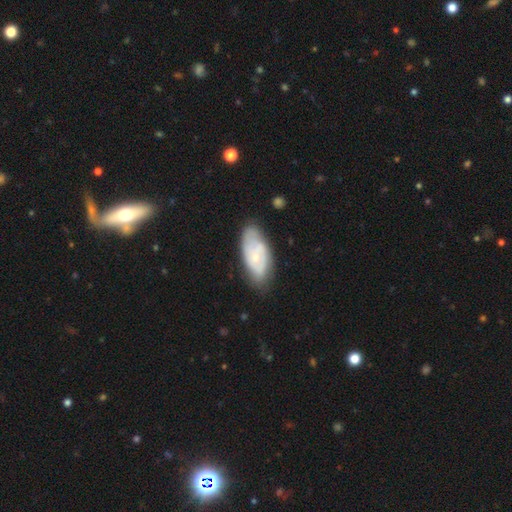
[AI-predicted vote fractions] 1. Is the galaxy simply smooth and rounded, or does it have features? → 57% featured or disk, 37% smooth, 6% star or artifact.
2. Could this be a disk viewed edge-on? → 92% no, 8% yes.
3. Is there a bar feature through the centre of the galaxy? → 72% no, 24% weak, 4% strong.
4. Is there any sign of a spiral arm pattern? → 74% yes, 26% no.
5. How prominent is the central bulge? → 69% small, 25% moderate, 3% none, 1% large, 1% dominant.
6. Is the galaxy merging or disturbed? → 70% none, 23% minor disturbance, 6% major disturbance, 2% merger.